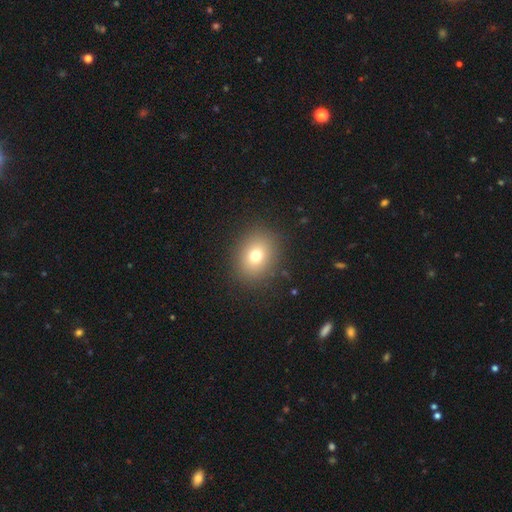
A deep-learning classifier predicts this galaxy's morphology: smooth 74%, star or artifact 14%, featured or disk 12%. Down the decision tree: how rounded — round (60%); merging — none (87%).